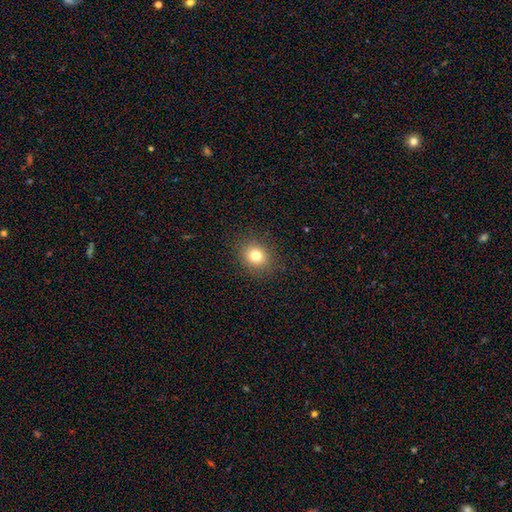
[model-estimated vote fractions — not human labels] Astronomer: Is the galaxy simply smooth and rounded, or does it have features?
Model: smooth — 78%.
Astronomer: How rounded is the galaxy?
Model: round — 69%.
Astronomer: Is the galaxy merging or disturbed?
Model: none — 88%.